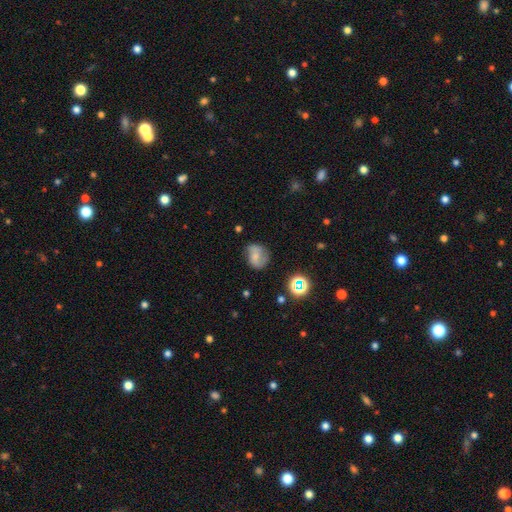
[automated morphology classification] smooth_or_featured: smooth (p=0.50) [alt: featured or disk p=0.37]
how_rounded: round (p=0.59) [alt: in between p=0.40]
merging: none (p=0.58) [alt: minor disturbance p=0.27]